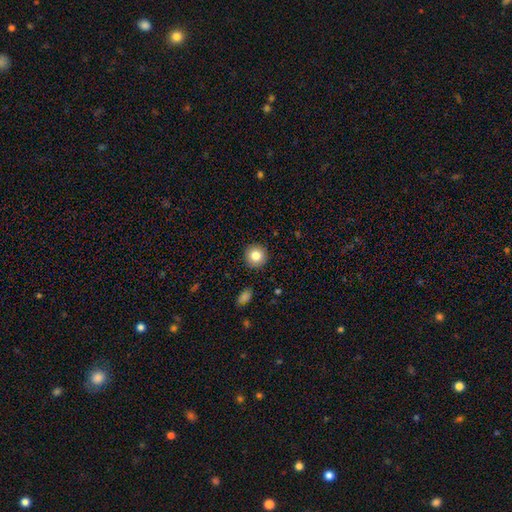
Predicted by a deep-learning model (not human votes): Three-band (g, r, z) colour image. It shows a smooth galaxy with no disk features (82%) that is round (94%). Merging: none (91%).